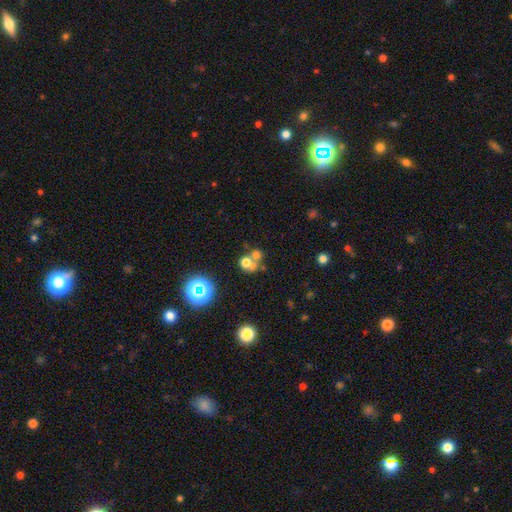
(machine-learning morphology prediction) type=star or artifact (51%).